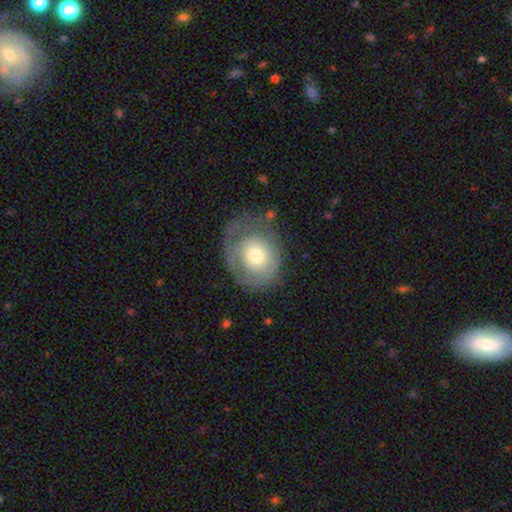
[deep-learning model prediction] A smooth galaxy with no disk features (53%) that is round (67%). Merging: none (47%).